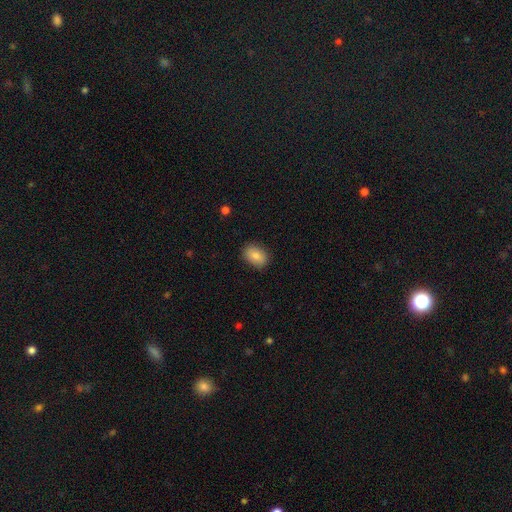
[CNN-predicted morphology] Smooth or featured? Predicted: smooth (p=0.84). How rounded? Predicted: in between (p=0.80). Merging? Predicted: none (p=0.87).